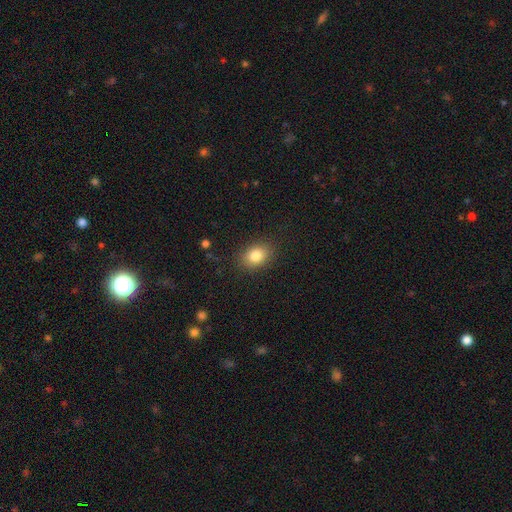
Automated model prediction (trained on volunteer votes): Smooth or featured: smooth — 83% (star or artifact — 10%)
How rounded: in between — 65% (round — 34%)
Merging: none — 87% (minor disturbance — 9%)